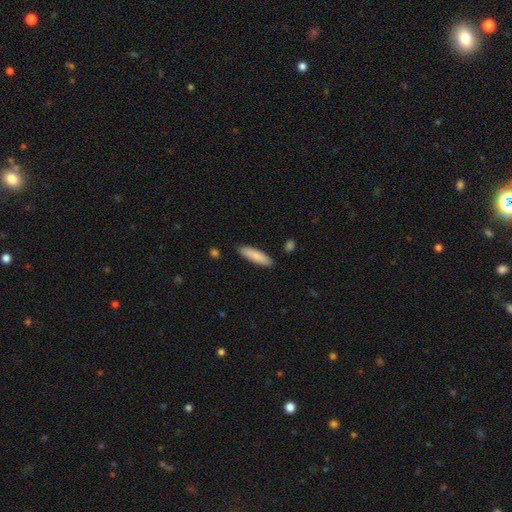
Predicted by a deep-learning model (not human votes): Smooth or featured?
  - smooth: 86% *
  - featured or disk: 8%
  - star or artifact: 5%
How rounded?
  - cigar-shaped: 65% *
  - in between: 34%
  - round: 1%
Merging?
  - none: 88% *
  - minor disturbance: 9%
  - major disturbance: 2%
  - merger: 2%